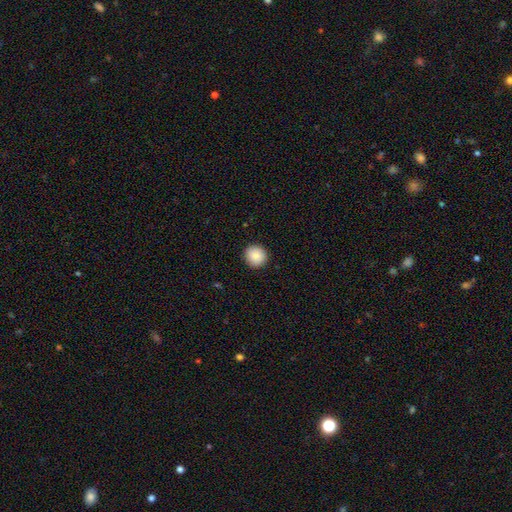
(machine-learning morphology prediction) smooth_or_featured: smooth (p=0.87) [alt: star or artifact p=0.08]
how_rounded: round (p=0.92) [alt: in between p=0.07]
merging: none (p=0.92) [alt: minor disturbance p=0.05]